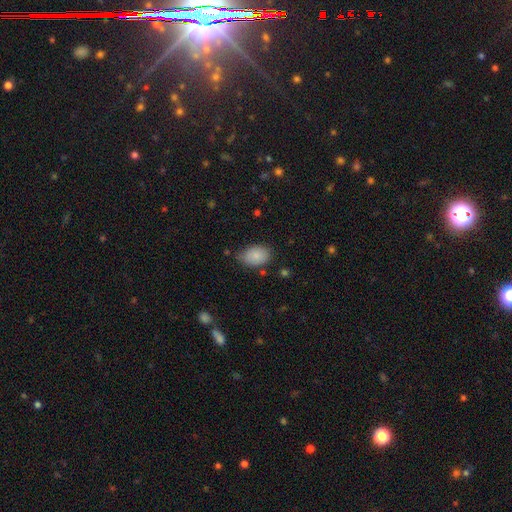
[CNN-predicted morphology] The model was most divided on "merging": none: 70%, minor disturbance: 23%, major disturbance: 4%, merger: 2%. More confident: smooth or featured — smooth (87%); how rounded — in between (86%).